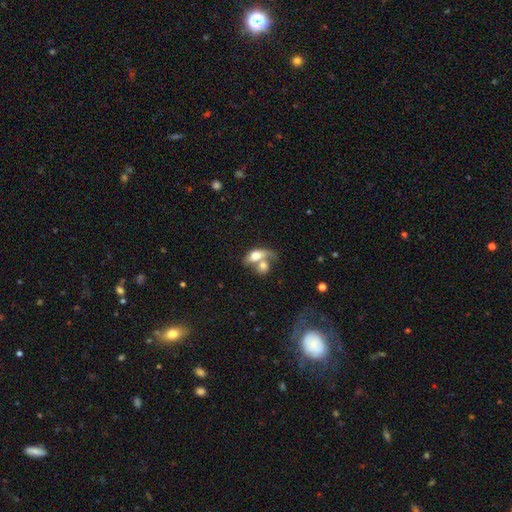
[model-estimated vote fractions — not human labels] Morphology: type=smooth (66%); roundness=in between (80%); merging=merger (67%).